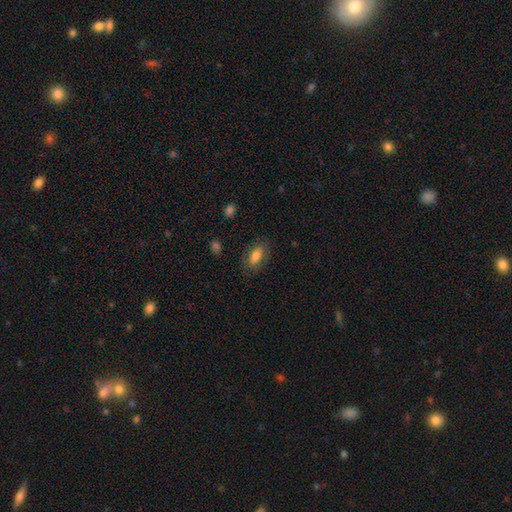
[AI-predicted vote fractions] Smooth or featured? smooth (76%)
How rounded? in between (88%)
Merging? none (80%)